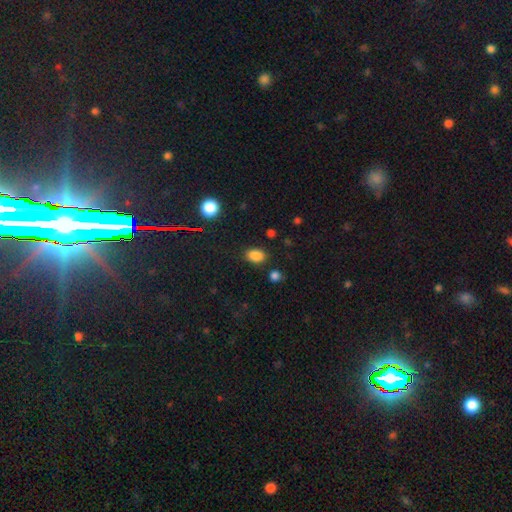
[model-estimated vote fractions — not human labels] smooth 85%, star or artifact 11%, featured or disk 4%. Down the decision tree: how rounded — in between (78%); merging — none (84%).